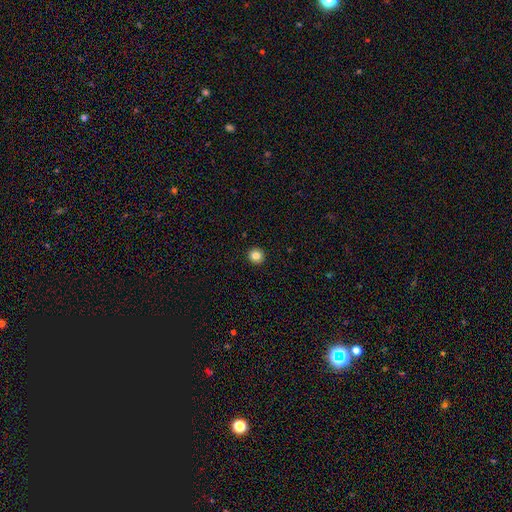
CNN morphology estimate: smooth 84%, star or artifact 11%, featured or disk 5%. Down the decision tree: how rounded — round (95%); merging — none (94%).